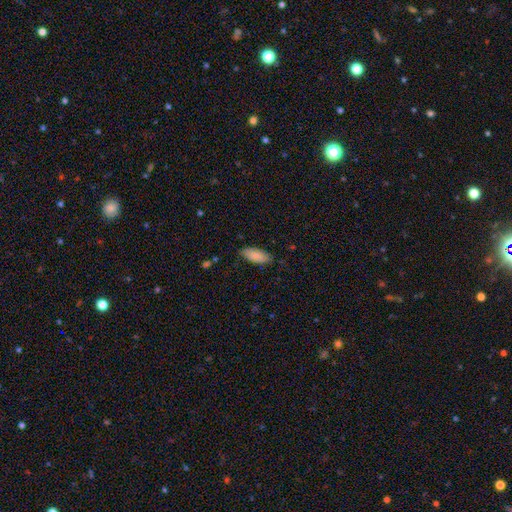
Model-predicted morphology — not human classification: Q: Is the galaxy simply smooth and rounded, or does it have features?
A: smooth — 89%.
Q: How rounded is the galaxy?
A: in between — 83%.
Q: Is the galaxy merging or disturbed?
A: none — 83%.